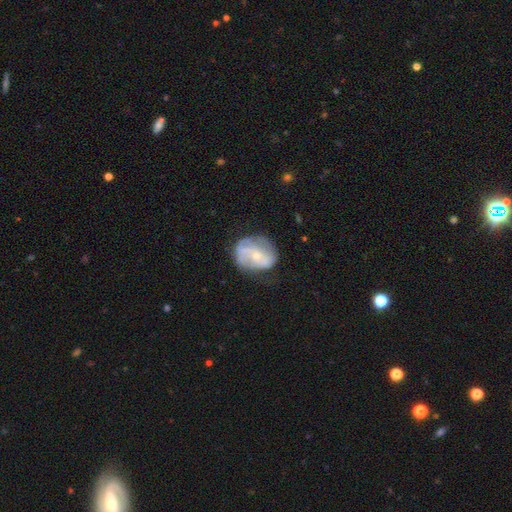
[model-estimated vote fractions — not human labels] smooth_or_featured: featured or disk (p=0.61) [alt: smooth p=0.31]
disk_edge_on: no (p=0.96) [alt: yes p=0.04]
bar: no (p=0.66) [alt: weak p=0.24]
has_spiral_arms: yes (p=0.59) [alt: no p=0.41]
bulge_size: small (p=0.66) [alt: moderate p=0.28]
merging: none (p=0.50) [alt: minor disturbance p=0.28]